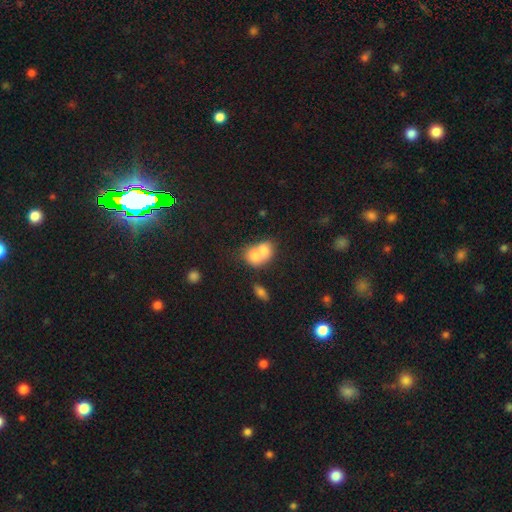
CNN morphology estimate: smooth 71%, featured or disk 20%, star or artifact 9%. Down the decision tree: how rounded — round (50%); merging — merger (73%).